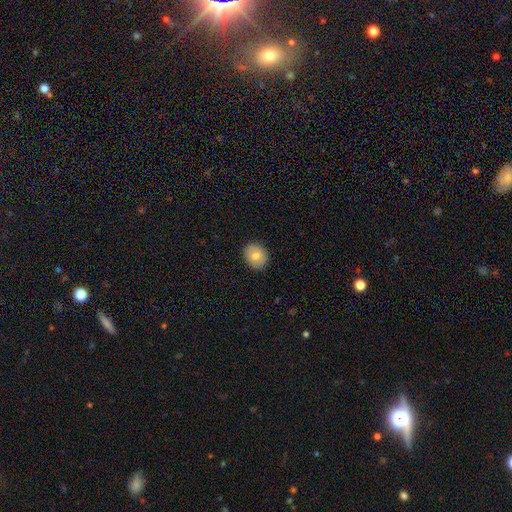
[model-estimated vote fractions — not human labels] smooth_or_featured: smooth (p=0.76) [alt: featured or disk p=0.16]
how_rounded: round (p=0.68) [alt: in between p=0.31]
merging: none (p=0.89) [alt: minor disturbance p=0.08]